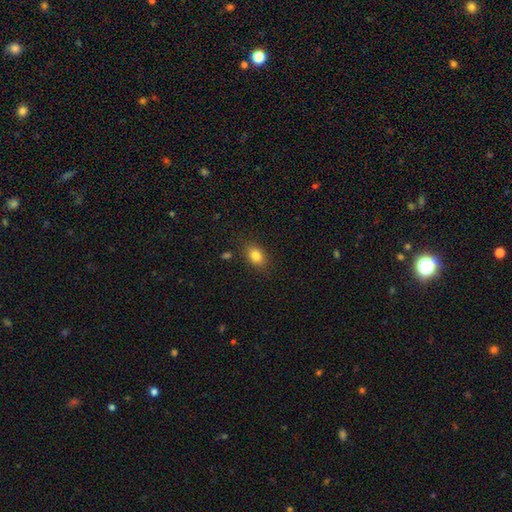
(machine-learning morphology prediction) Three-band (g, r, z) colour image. It shows a smooth galaxy with no disk features (82%) that is in between round and cigar-shaped (78%). Merging: none (84%).